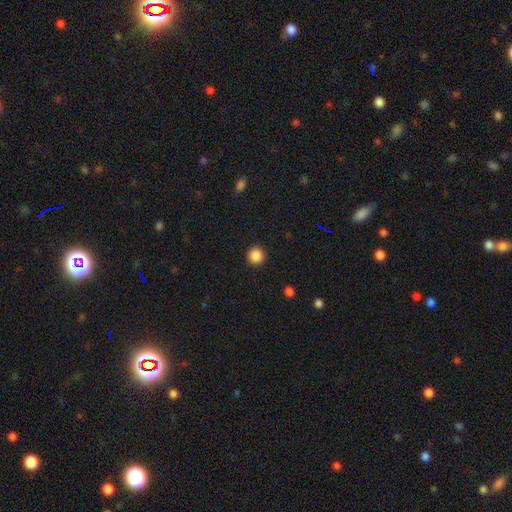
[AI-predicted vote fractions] Smooth or featured: smooth — 87% (star or artifact — 10%)
How rounded: round — 95% (in between — 4%)
Merging: none — 93% (minor disturbance — 5%)